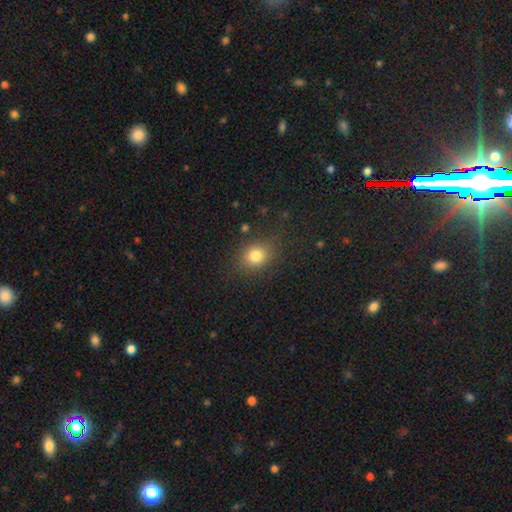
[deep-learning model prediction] This appears to be a smooth galaxy with no disk features (81%) that is round (61%). Merging: none (79%).